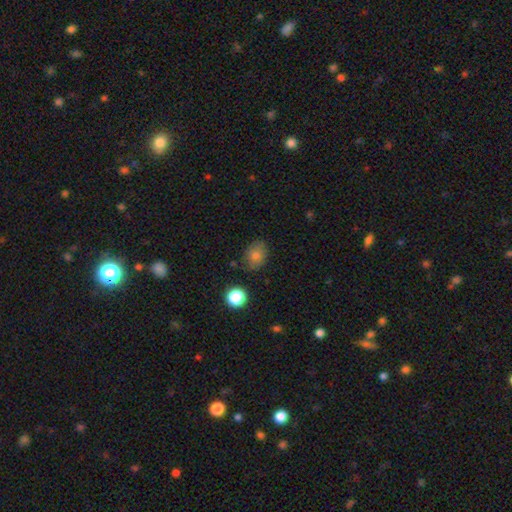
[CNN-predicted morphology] type=smooth (79%); roundness=in between (61%); merging=none (78%).